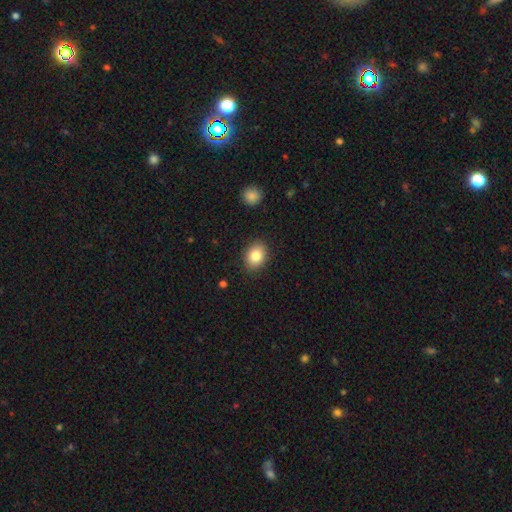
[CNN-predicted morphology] Smooth or featured? Predicted: smooth (p=0.84). How rounded? Predicted: in between (p=0.67). Merging? Predicted: none (p=0.88).